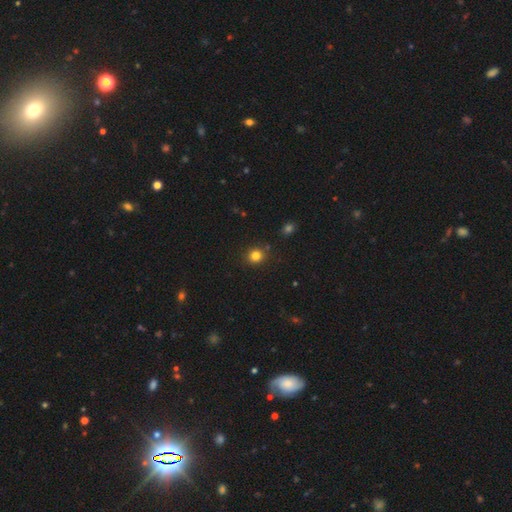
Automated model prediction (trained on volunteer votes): This is clearly a smooth galaxy (81%). How rounded: clearly round (89%). Merging: clearly none (87%).